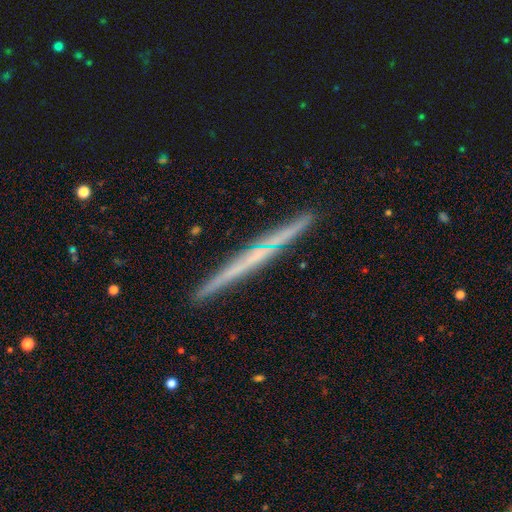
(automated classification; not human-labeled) Smooth or featured? featured or disk (67%)
Edge-on disk? yes (97%)
Edge-on bulge? none (78%)
Merging? none (90%)